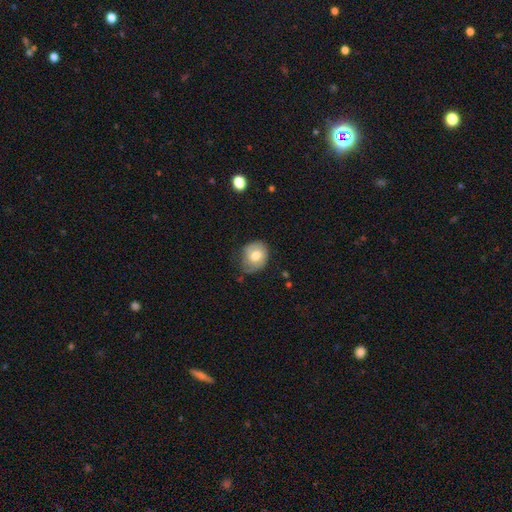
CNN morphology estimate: smooth 59%, featured or disk 33%, star or artifact 7%. Down the decision tree: how rounded — round (58%); merging — none (56%).